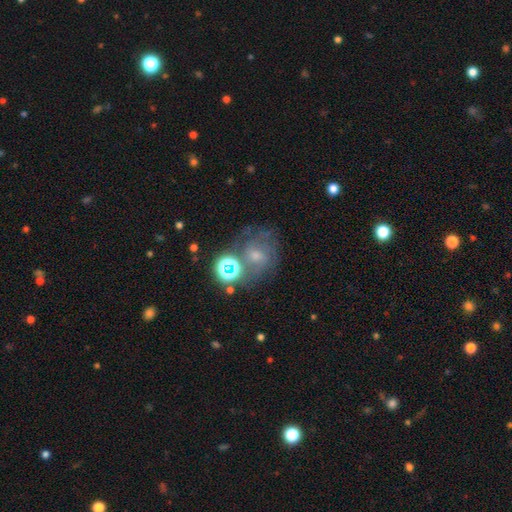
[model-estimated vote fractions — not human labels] This appears to be a smooth galaxy with no disk features (40%). Merging: none (47%).